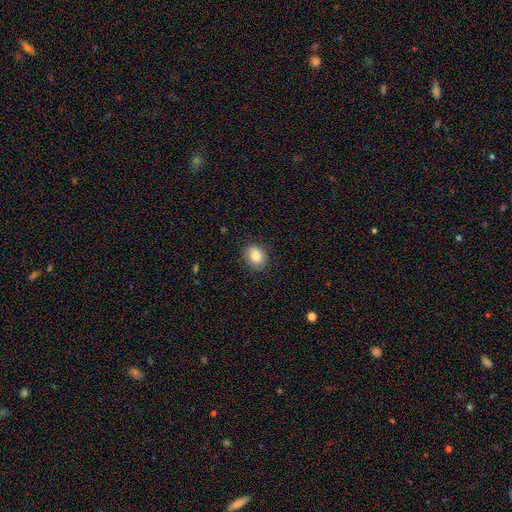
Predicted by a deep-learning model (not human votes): Overall: smooth (86%). How rounded: round (59%; in between 40%). Merging: none (83%).